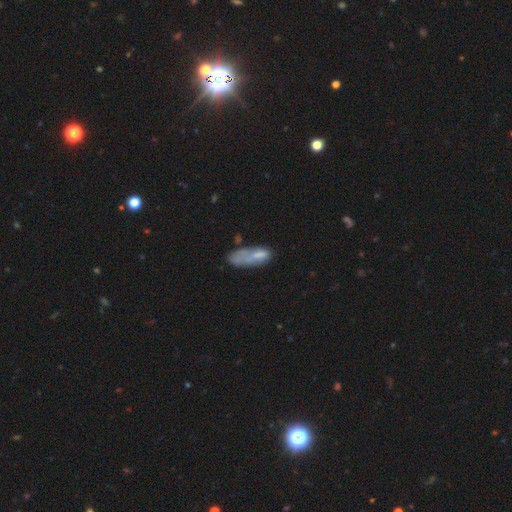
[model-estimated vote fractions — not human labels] Smooth or featured: smooth — 65% (featured or disk — 26%)
How rounded: in between — 60% (cigar-shaped — 38%)
Merging: none — 37% (minor disturbance — 29%)